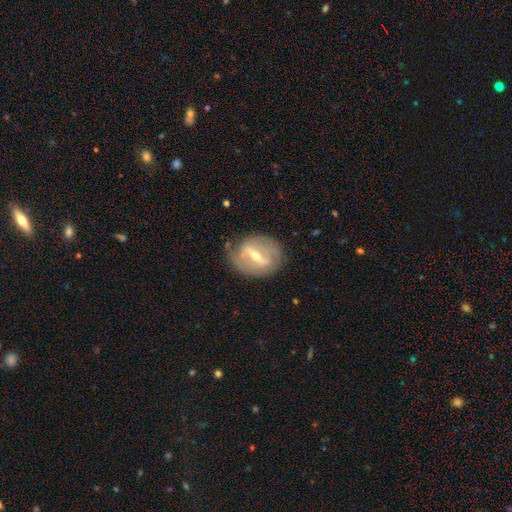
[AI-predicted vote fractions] Q: Smooth or featured?
A: featured or disk (79%); runner-up: smooth (15%)
Q: Edge-on disk?
A: no (89%); runner-up: yes (11%)
Q: Bar?
A: strong (70%); runner-up: weak (24%)
Q: Spiral arms?
A: yes (61%); runner-up: no (39%)
Q: Bulge size?
A: moderate (56%); runner-up: small (39%)
Q: Merging?
A: none (73%); runner-up: minor disturbance (19%)